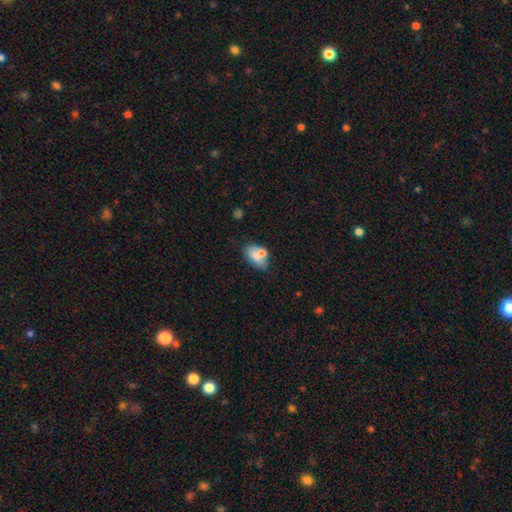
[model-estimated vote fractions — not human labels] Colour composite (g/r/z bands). It shows a smooth galaxy with no disk features (71%) that is in between round and cigar-shaped (85%). Merging: none (47%).